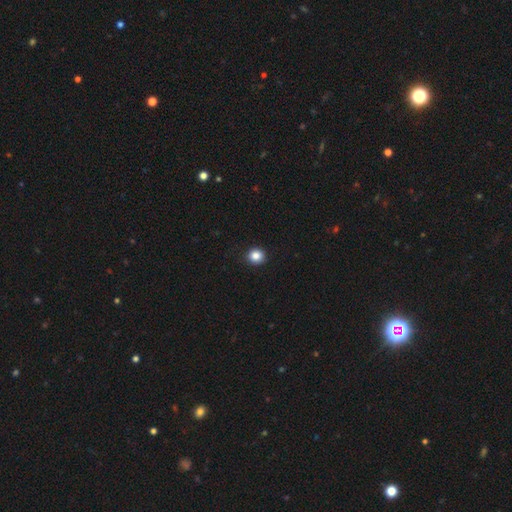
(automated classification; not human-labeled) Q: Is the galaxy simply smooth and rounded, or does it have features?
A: smooth — 85%.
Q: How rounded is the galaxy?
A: round — 89%.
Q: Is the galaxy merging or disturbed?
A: none — 92%.